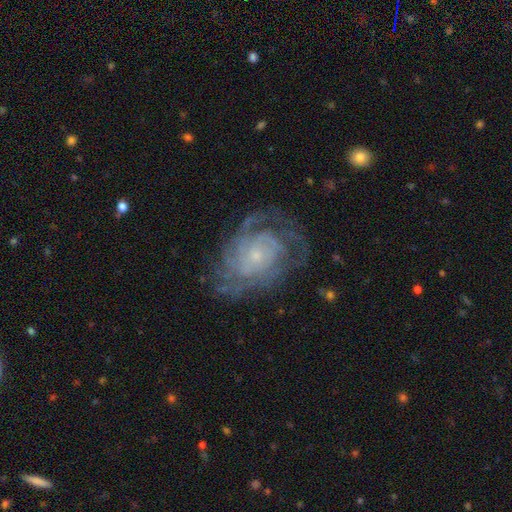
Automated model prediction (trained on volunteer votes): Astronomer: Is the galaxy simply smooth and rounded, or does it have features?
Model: featured or disk — 82%.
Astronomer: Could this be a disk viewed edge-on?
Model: no — 97%.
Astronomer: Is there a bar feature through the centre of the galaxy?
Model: no — 78%.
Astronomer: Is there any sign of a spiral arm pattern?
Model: yes — 92%.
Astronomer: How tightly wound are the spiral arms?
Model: tight — 65%.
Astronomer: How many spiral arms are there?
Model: can't tell — 43%.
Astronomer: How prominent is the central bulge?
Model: small — 77%.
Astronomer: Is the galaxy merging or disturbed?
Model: none — 66%.